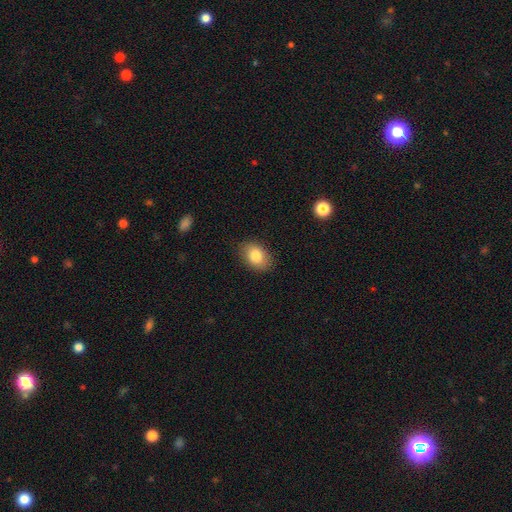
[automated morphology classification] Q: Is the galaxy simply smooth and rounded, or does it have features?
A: smooth — 84%.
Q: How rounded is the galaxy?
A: in between — 81%.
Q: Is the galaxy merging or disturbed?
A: none — 86%.